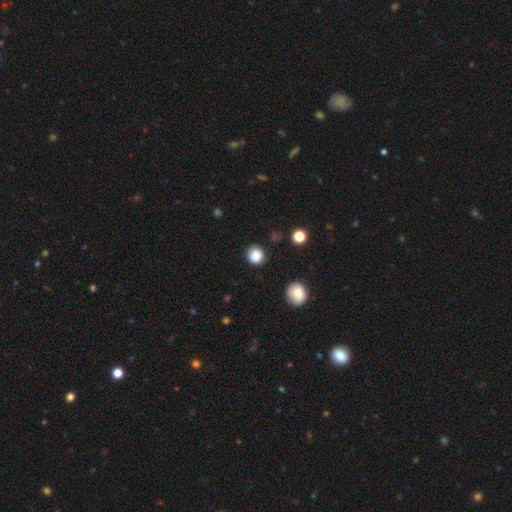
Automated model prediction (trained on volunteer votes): Overall: smooth (86%). How rounded: round (92%). Merging: none (87%).